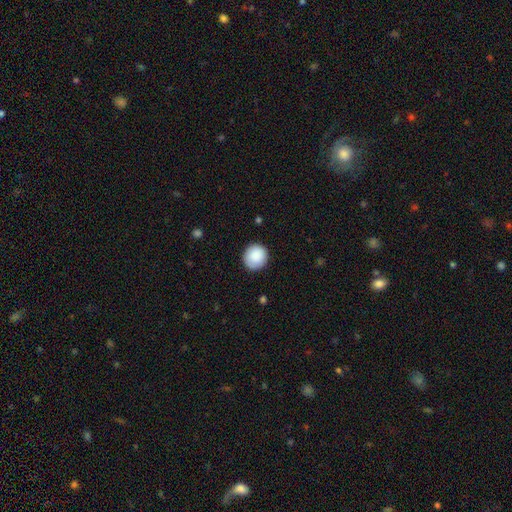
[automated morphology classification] Overall: smooth (89%). How rounded: round (90%). Merging: none (88%).